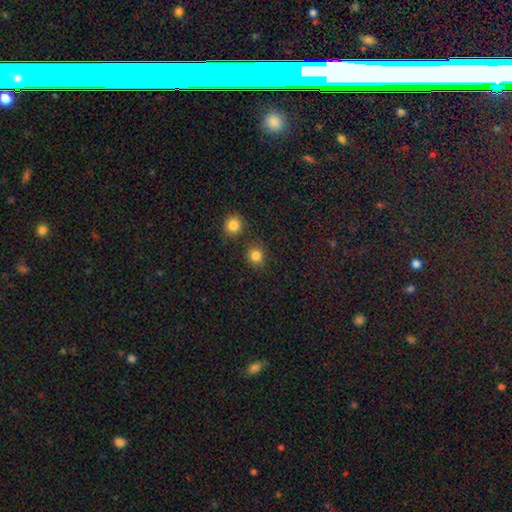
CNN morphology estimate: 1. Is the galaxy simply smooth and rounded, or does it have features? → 83% smooth, 13% star or artifact, 4% featured or disk.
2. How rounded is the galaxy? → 87% round, 12% in between, 1% cigar-shaped.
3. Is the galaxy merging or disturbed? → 82% none, 8% minor disturbance, 7% merger, 3% major disturbance.